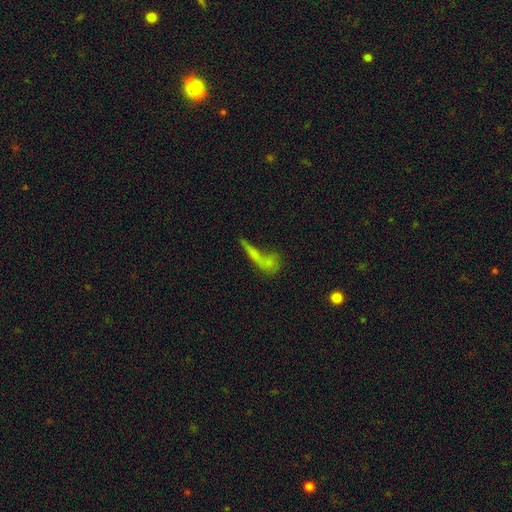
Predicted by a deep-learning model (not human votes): Smooth or featured? Predicted: smooth (p=0.55). How rounded? Predicted: cigar-shaped (p=0.62). Merging? Predicted: merger (p=0.37).